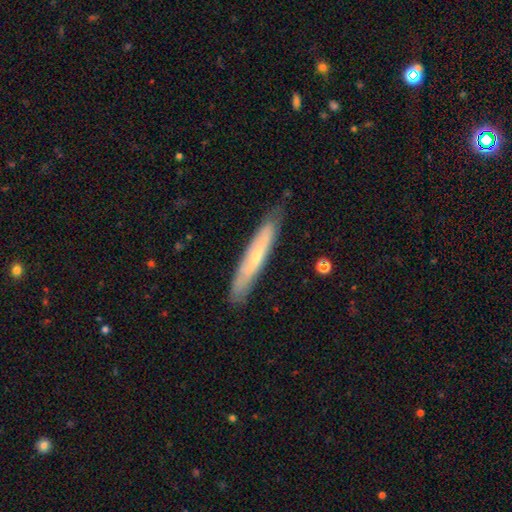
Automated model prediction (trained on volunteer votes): Smooth or featured? smooth (47%, tied with featured or disk)
Merging? none (81%)